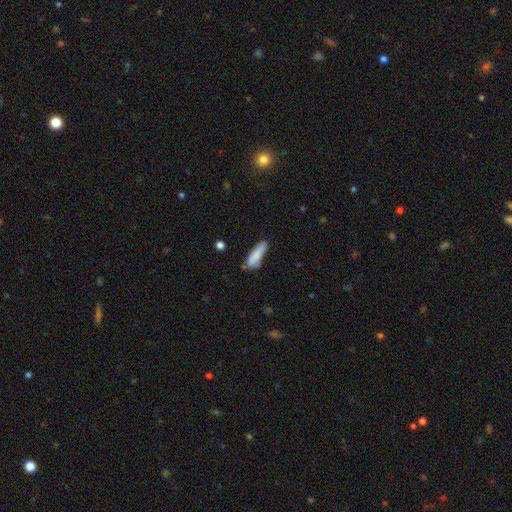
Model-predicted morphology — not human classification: smooth_or_featured: smooth (p=0.81) [alt: featured or disk p=0.13]
how_rounded: cigar-shaped (p=0.61) [alt: in between p=0.37]
merging: none (p=0.56) [alt: minor disturbance p=0.30]